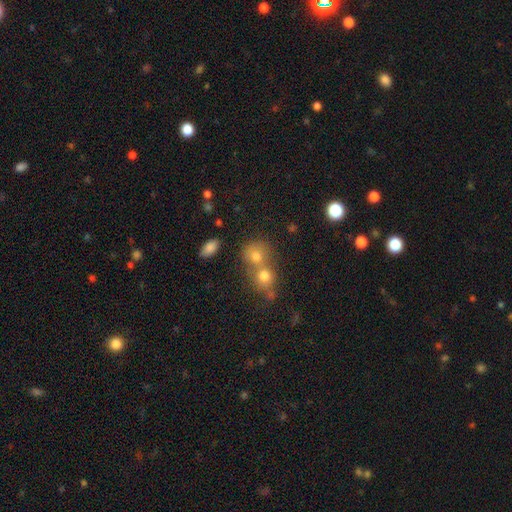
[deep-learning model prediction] The model was most divided on "merging": merger: 55%, none: 34%, minor disturbance: 7%, major disturbance: 3%. More confident: smooth or featured — smooth (75%); how rounded — round (72%).